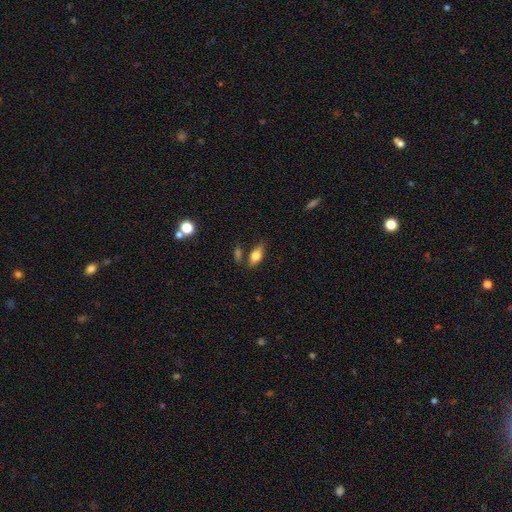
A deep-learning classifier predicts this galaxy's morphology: This is likely a smooth galaxy (72%). How rounded: clearly in between (82%). Merging: likely none (67%).